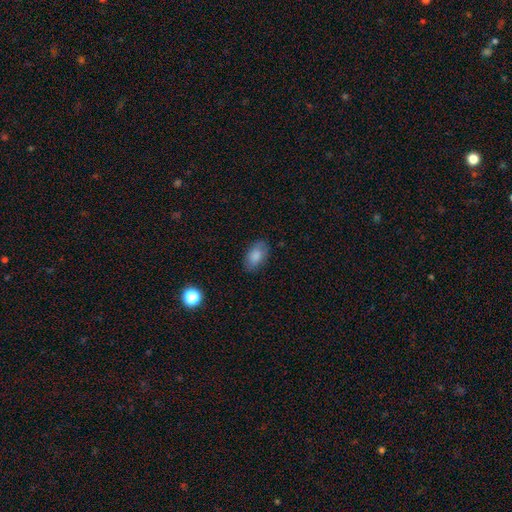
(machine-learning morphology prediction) Overall: smooth (83%). How rounded: in between (92%). Merging: none (82%).